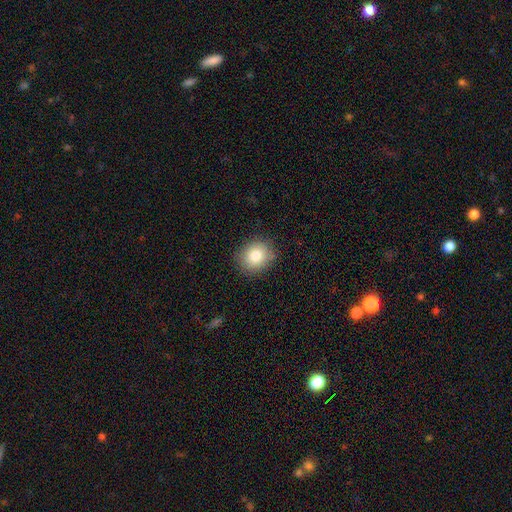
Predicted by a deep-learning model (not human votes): smooth-or-featured: smooth: 83% | star or artifact: 9% | featured or disk: 8%
  how-rounded: round: 66% | in between: 33% | cigar-shaped: 1%
  merging: none: 85% | minor disturbance: 11% | major disturbance: 3% | merger: 1%